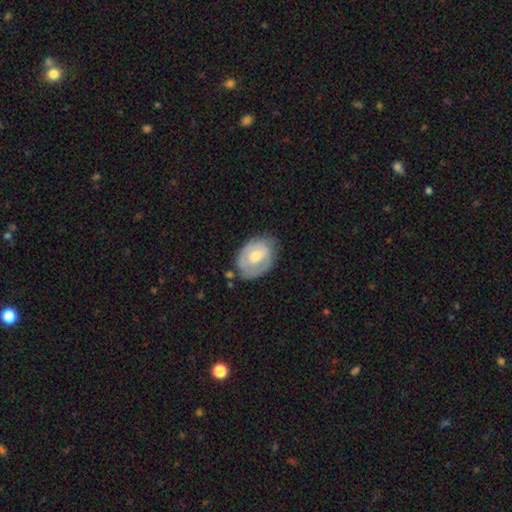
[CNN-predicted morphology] smooth_or_featured: smooth (p=0.48) [alt: featured or disk p=0.46]
merging: none (p=0.61) [alt: minor disturbance p=0.27]